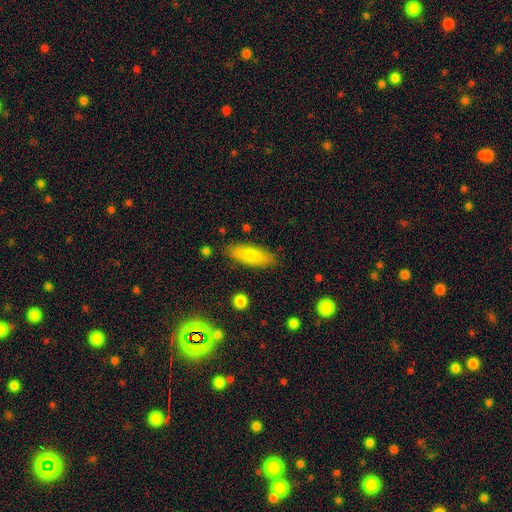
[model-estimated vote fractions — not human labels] smooth-or-featured: smooth: 78% | featured or disk: 16% | star or artifact: 6%
  how-rounded: in between: 58% | cigar-shaped: 40% | round: 2%
  merging: none: 84% | minor disturbance: 11% | major disturbance: 3% | merger: 2%